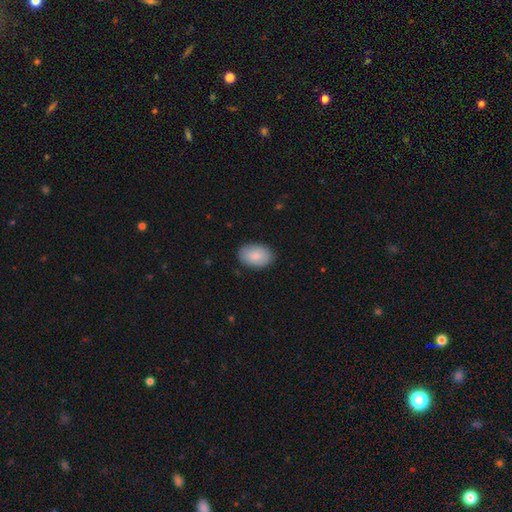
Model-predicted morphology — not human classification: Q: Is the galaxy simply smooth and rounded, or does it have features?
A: smooth — 86%.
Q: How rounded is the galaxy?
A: in between — 88%.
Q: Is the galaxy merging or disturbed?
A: none — 87%.